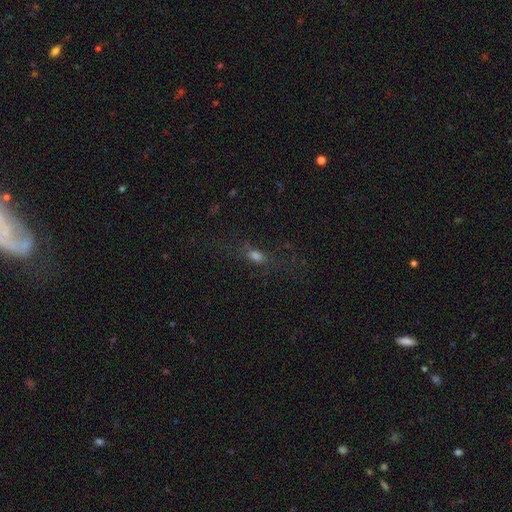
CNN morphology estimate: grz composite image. It shows a smooth galaxy with no disk features (59%) that is in between round and cigar-shaped (57%). Merging: none (58%).